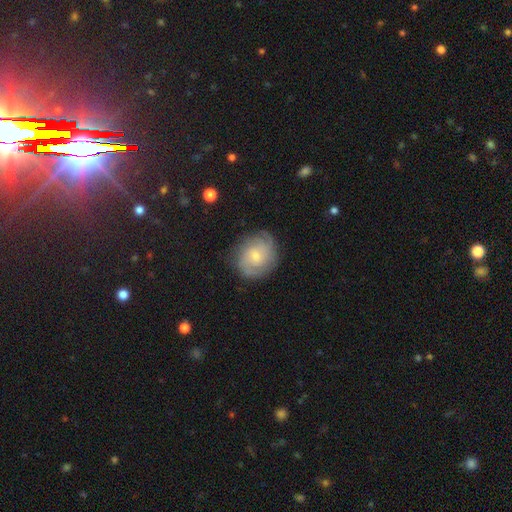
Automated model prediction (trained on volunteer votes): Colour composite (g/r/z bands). It shows a featured or disk galaxy (66%) with no bar (70%), tight (57%) spiral arms (89%) and a small central bulge (68%). Merging: none (76%).